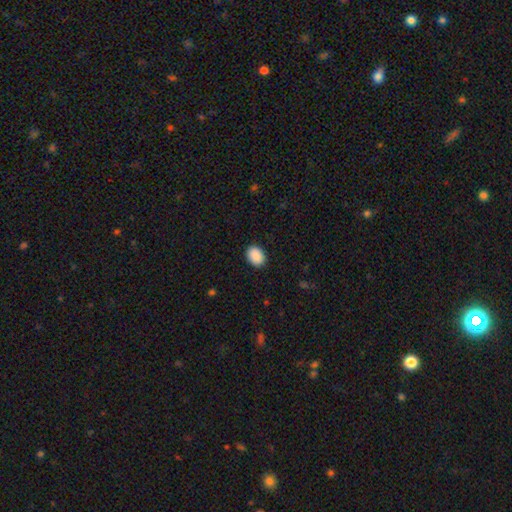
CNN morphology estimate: smooth_or_featured: smooth (p=0.90) [alt: star or artifact p=0.07]
how_rounded: in between (p=0.71) [alt: round p=0.28]
merging: none (p=0.90) [alt: minor disturbance p=0.07]